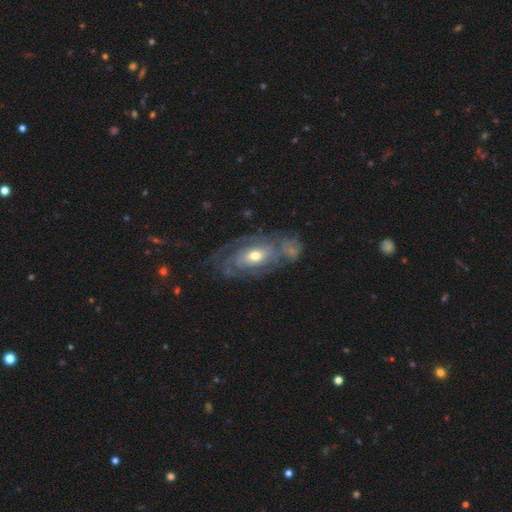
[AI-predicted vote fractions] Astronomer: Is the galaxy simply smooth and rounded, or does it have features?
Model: featured or disk — 81%.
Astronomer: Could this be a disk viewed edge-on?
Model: no — 94%.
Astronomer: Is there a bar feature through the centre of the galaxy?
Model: no — 72%.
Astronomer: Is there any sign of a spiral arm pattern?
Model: yes — 84%.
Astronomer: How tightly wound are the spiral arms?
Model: tight — 68%.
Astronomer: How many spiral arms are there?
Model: can't tell — 50%.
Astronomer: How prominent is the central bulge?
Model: moderate — 64%.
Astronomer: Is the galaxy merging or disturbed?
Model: none — 55%.